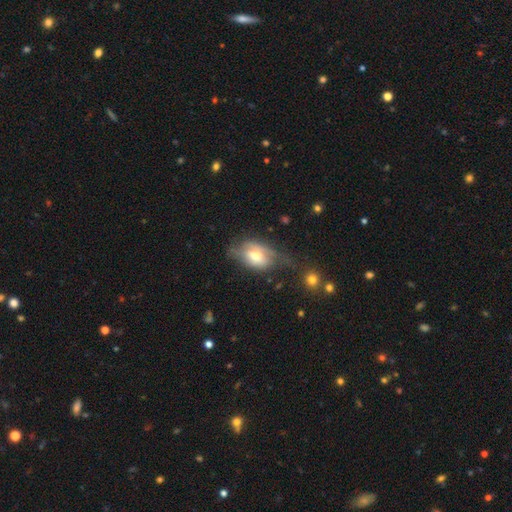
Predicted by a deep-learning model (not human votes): Overall: smooth (53%; featured or disk 39%). How rounded: in between (84%). Merging: none (35%, tied with minor disturbance).